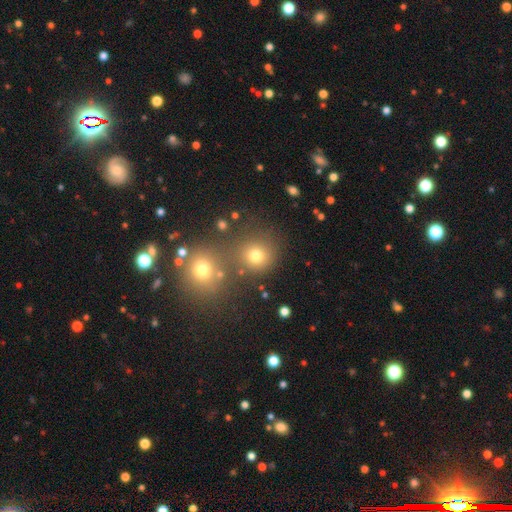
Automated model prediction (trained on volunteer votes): Smooth or featured: smooth — 74% (star or artifact — 18%)
How rounded: round — 86% (in between — 13%)
Merging: none — 65% (merger — 22%)